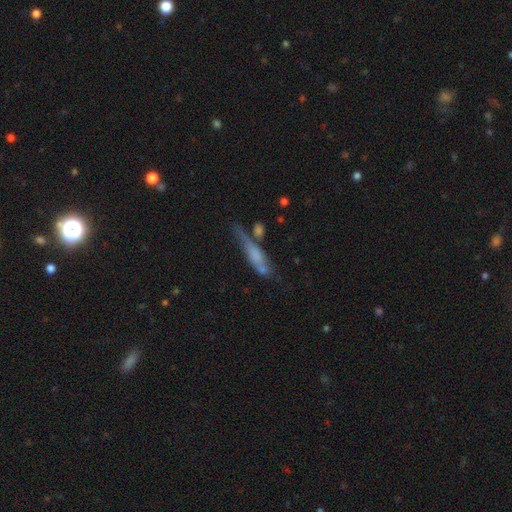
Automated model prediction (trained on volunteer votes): This is possibly a featured or disk galaxy (45%). Merging: marginally none (41%).